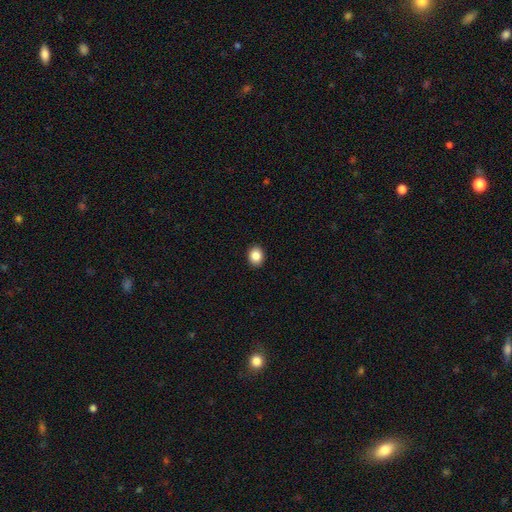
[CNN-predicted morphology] Smooth or featured?
  - smooth: 87% *
  - star or artifact: 9%
  - featured or disk: 4%
How rounded?
  - round: 63% *
  - in between: 36%
  - cigar-shaped: 1%
Merging?
  - none: 92% *
  - minor disturbance: 6%
  - major disturbance: 2%
  - merger: 1%